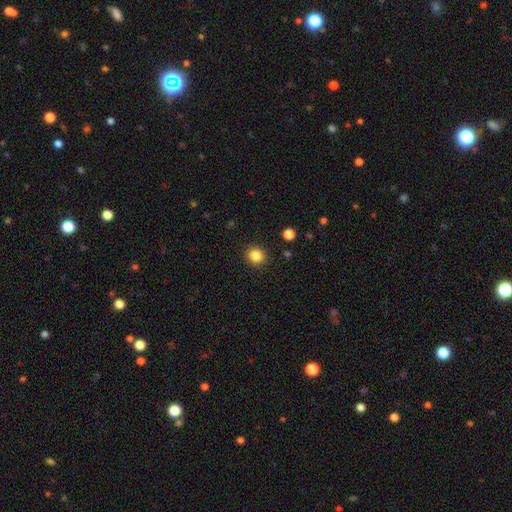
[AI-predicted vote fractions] Morphology: type=smooth (85%); roundness=round (90%); merging=none (92%).